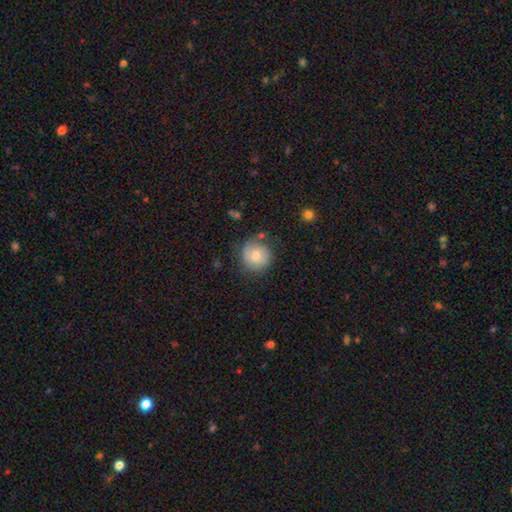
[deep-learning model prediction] smooth_or_featured: smooth (p=0.70) [alt: featured or disk p=0.22]
how_rounded: round (p=0.90) [alt: in between p=0.09]
merging: none (p=0.70) [alt: minor disturbance p=0.19]